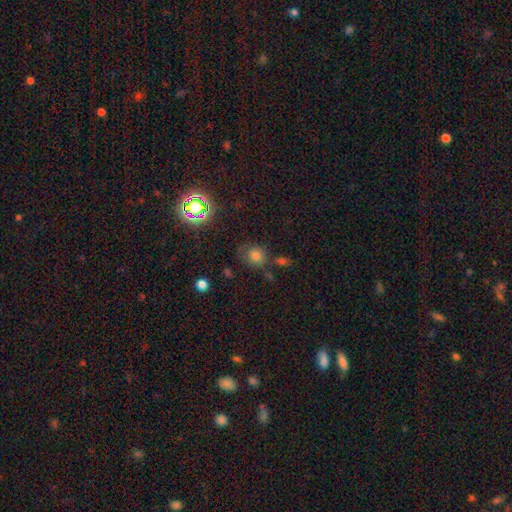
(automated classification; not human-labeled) Smooth or featured?
  - smooth: 69% *
  - star or artifact: 21%
  - featured or disk: 11%
How rounded?
  - round: 73% *
  - in between: 26%
  - cigar-shaped: 1%
Merging?
  - none: 62% *
  - minor disturbance: 20%
  - major disturbance: 9%
  - merger: 9%